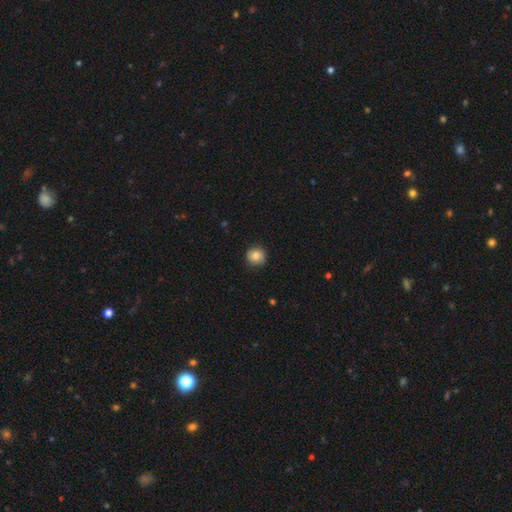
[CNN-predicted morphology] Smooth or featured? smooth (78%)
How rounded? round (91%)
Merging? none (85%)